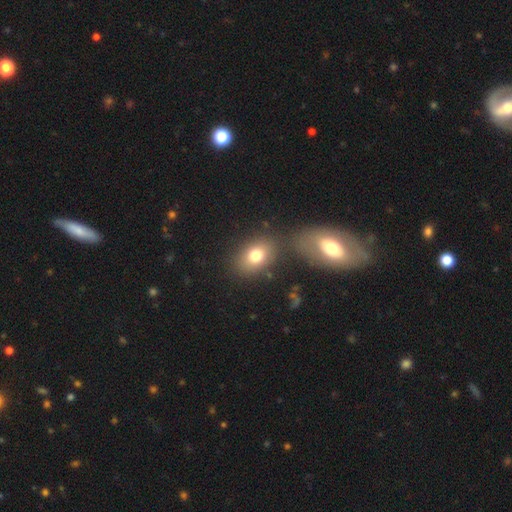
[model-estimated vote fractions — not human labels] A smooth galaxy with no disk features (77%) that is in between round and cigar-shaped (70%). Merging: none (69%).